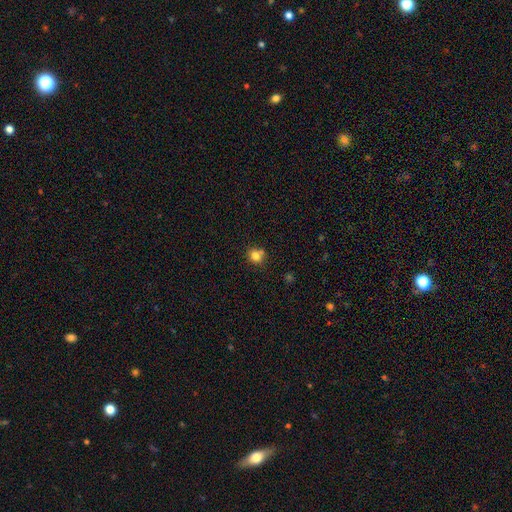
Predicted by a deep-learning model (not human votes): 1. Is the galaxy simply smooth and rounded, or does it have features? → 79% smooth, 13% star or artifact, 8% featured or disk.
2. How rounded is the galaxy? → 82% round, 17% in between, 1% cigar-shaped.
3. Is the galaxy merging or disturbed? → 68% none, 17% merger, 12% minor disturbance, 3% major disturbance.